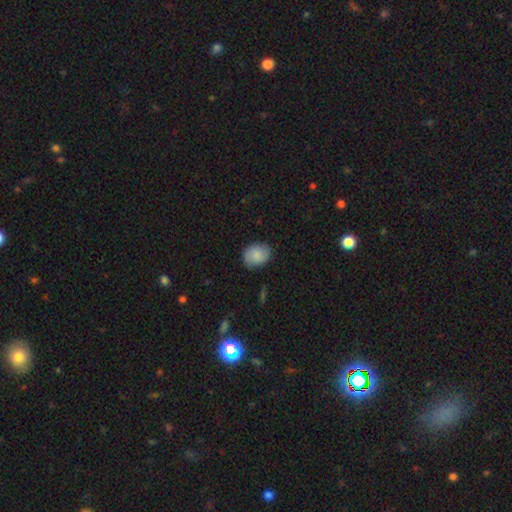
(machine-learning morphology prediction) Smooth or featured? smooth (84%)
How rounded? in between (56%)
Merging? none (84%)